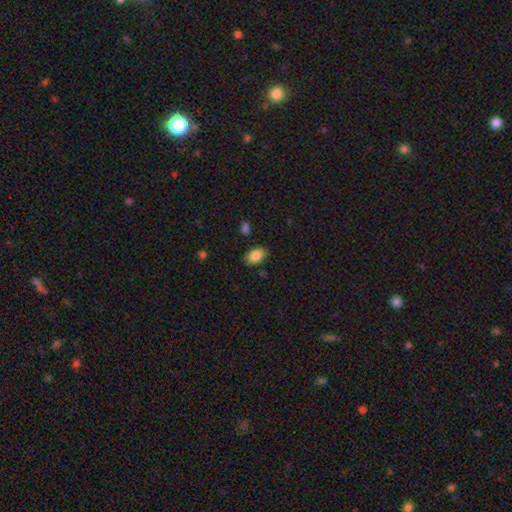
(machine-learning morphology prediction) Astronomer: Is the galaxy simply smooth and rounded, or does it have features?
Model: smooth — 87%.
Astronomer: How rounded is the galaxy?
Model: in between — 90%.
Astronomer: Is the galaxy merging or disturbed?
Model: none — 83%.